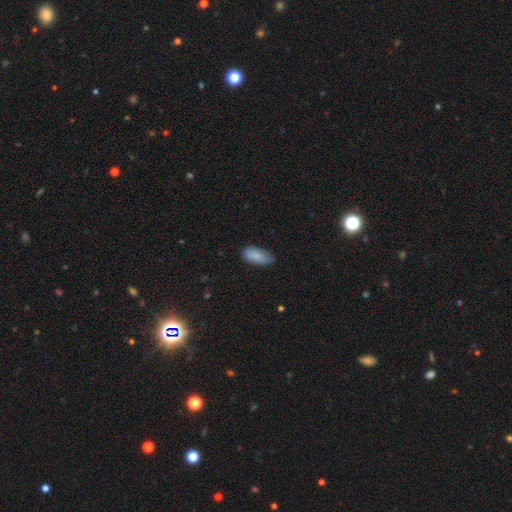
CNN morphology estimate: This is clearly a smooth galaxy (86%). How rounded: clearly in between (90%). Merging: likely none (66%).